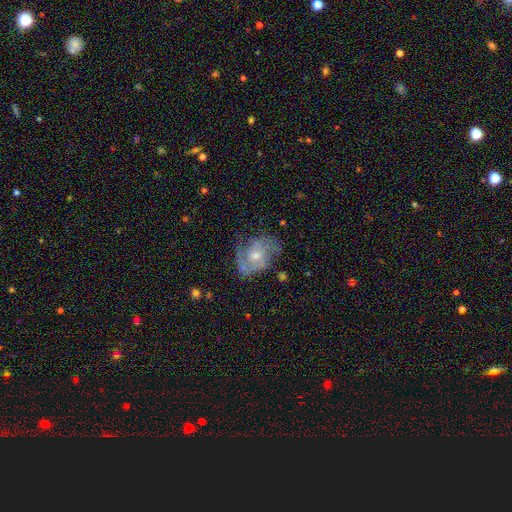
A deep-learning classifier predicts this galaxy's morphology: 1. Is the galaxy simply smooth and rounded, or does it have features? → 79% featured or disk, 13% smooth, 8% star or artifact.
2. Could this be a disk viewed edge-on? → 97% no, 3% yes.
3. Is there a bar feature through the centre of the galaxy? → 67% no, 28% weak, 5% strong.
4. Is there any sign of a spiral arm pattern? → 92% yes, 8% no.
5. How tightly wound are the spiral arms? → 47% medium, 33% tight, 19% loose.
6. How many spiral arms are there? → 58% 2, 18% can't tell, 13% 3, 5% 1, 3% 4, 3% more than 4.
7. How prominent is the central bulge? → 50% moderate, 45% small, 2% large, 2% none, 1% dominant.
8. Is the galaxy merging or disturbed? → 64% none, 22% minor disturbance, 12% major disturbance, 2% merger.